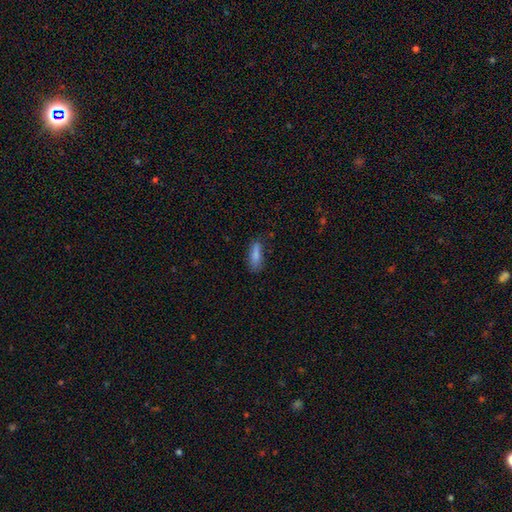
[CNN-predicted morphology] Overall: smooth (82%). How rounded: in between (52%; cigar-shaped 45%). Merging: none (71%).